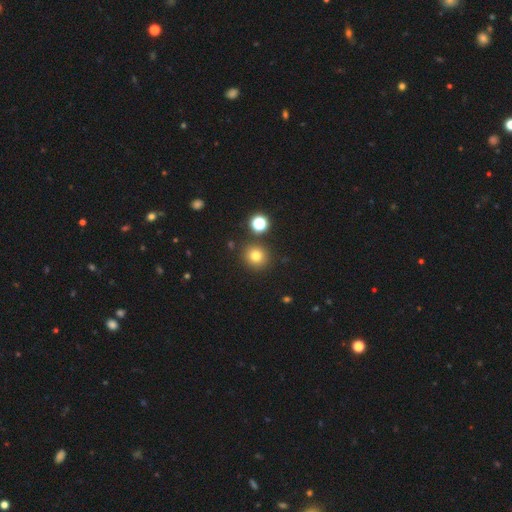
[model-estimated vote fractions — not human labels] Smooth or featured? smooth (77%)
How rounded? round (89%)
Merging? none (86%)